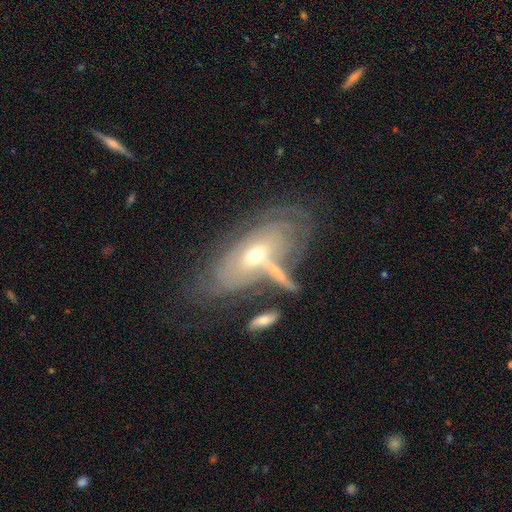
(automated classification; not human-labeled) Smooth or featured? featured or disk (71%)
Edge-on disk? no (83%)
Bar? no (71%)
Spiral arms? yes (66%)
Bulge size? moderate (54%)
Merging? none (42%)